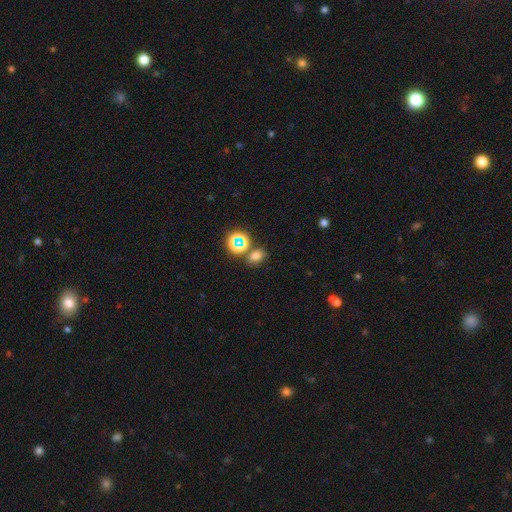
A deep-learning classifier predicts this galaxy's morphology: smooth_or_featured: smooth (p=0.65) [alt: star or artifact p=0.28]
how_rounded: in between (p=0.61) [alt: round p=0.38]
merging: none (p=0.70) [alt: merger p=0.14]